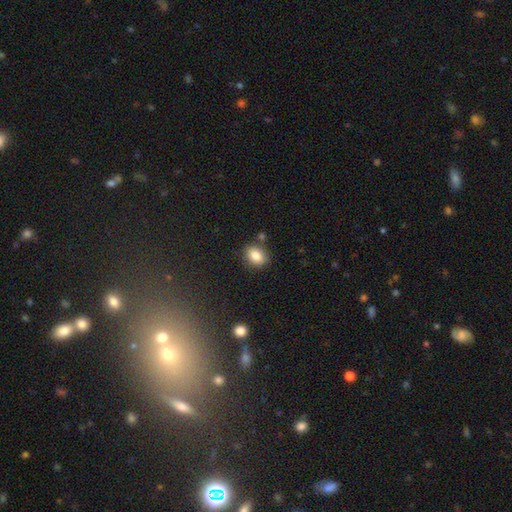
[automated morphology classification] Smooth or featured? Predicted: smooth (p=0.84). How rounded? Predicted: in between (p=0.64). Merging? Predicted: none (p=0.78).